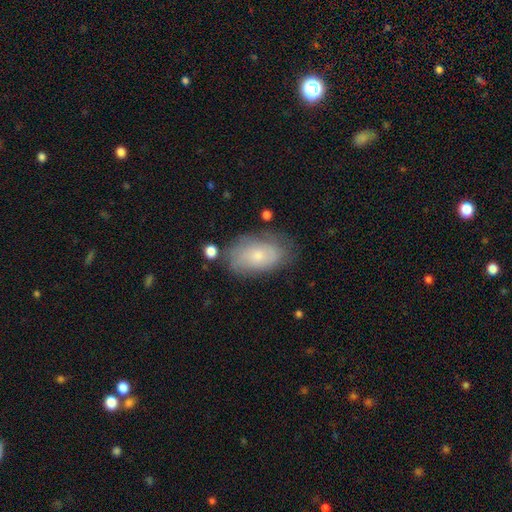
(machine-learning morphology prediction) A smooth galaxy with no disk features (59%) that is in between round and cigar-shaped (91%). Merging: none (65%).